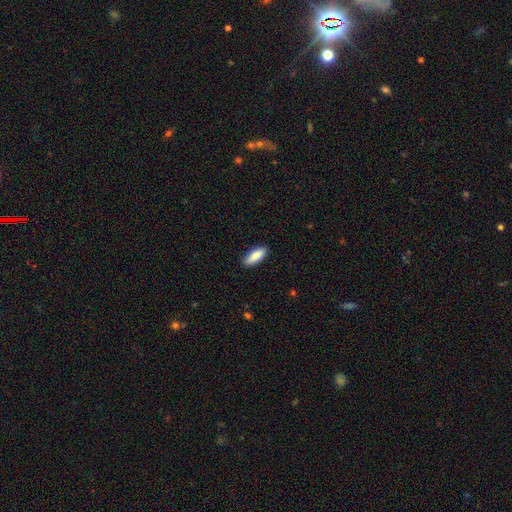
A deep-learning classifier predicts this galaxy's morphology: A smooth galaxy with no disk features (85%) that is in between round and cigar-shaped (68%). Merging: none (87%).